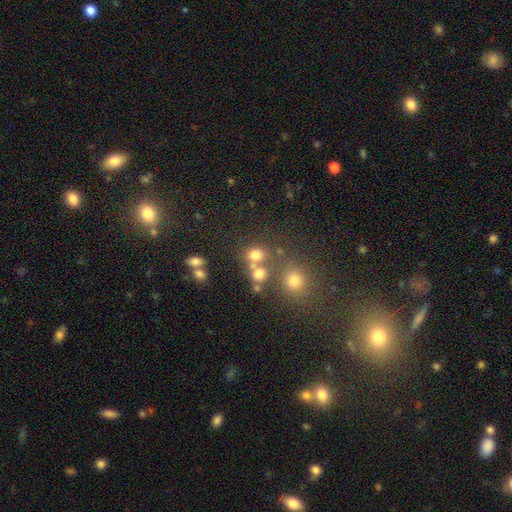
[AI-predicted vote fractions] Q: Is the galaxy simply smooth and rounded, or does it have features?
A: smooth — 71%.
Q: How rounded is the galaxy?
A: round — 71%.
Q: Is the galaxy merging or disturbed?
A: none — 52%.